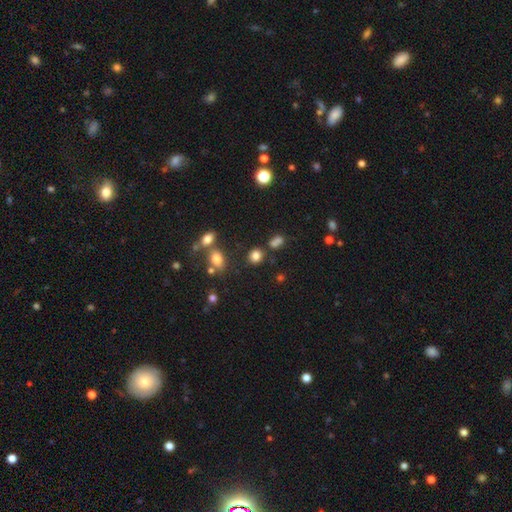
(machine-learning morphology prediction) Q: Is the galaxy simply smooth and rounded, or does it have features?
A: smooth — 79%.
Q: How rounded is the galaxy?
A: round — 66%.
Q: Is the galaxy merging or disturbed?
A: none — 72%.